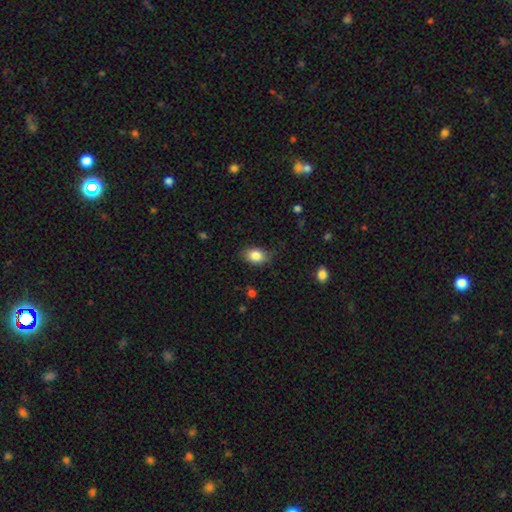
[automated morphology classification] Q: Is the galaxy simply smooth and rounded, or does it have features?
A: smooth — 85%.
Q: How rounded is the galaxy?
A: in between — 75%.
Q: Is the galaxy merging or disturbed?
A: none — 76%.